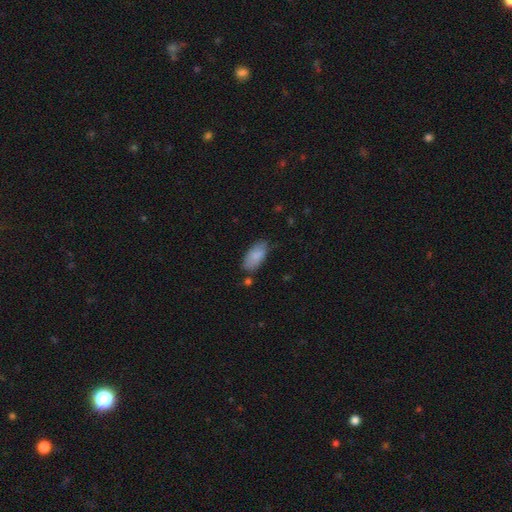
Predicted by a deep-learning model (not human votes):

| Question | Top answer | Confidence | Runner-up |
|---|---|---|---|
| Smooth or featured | smooth | 86% | featured or disk (8%) |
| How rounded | in between | 91% | cigar-shaped (7%) |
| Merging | none | 72% | minor disturbance (20%) |